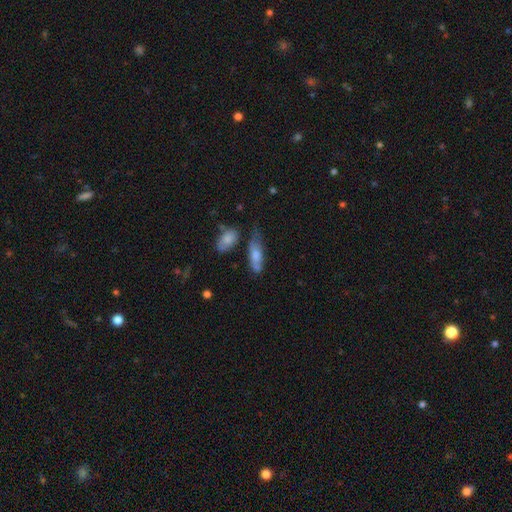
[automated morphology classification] The model was most divided on "merging": none: 39%, minor disturbance: 34%, major disturbance: 15%, merger: 12%. More confident: smooth or featured — smooth (71%); how rounded — in between (65%).